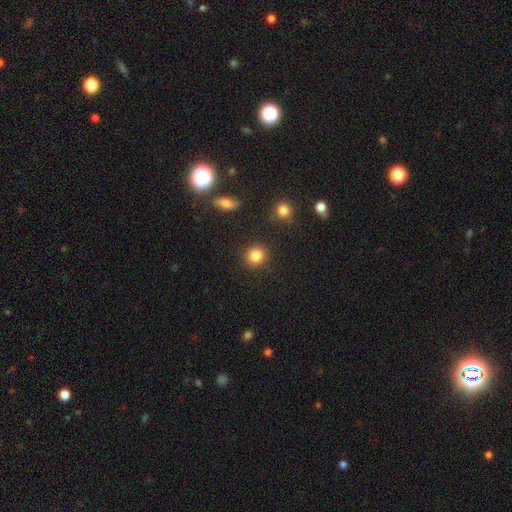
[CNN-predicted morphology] A smooth galaxy with no disk features (85%) that is round (87%).

Vote fractions:
- Smooth or featured? smooth: 85% / star or artifact: 10% / featured or disk: 5%
- How rounded? round: 87% / in between: 12% / cigar-shaped: 1%
- Merging? none: 89% / minor disturbance: 6% / major disturbance: 3% / merger: 2%